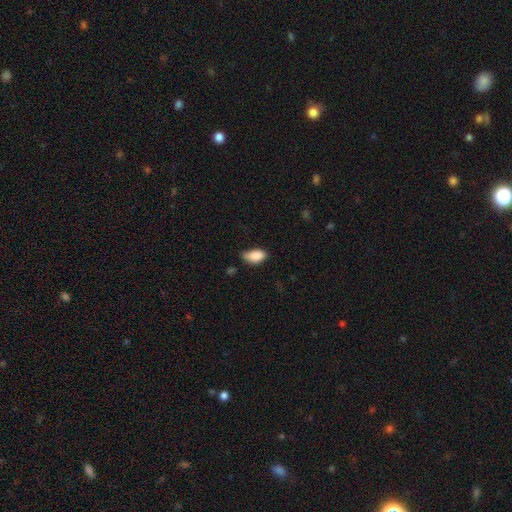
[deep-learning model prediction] Smooth or featured? Predicted: smooth (p=0.88). How rounded? Predicted: in between (p=0.92). Merging? Predicted: none (p=0.58).